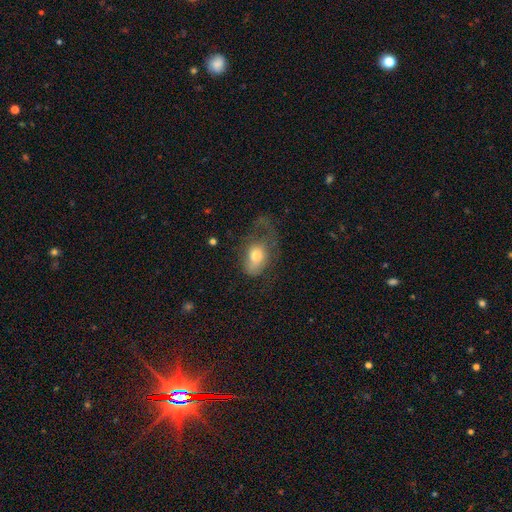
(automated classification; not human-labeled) smooth_or_featured: smooth (p=0.64) [alt: featured or disk p=0.27]
how_rounded: in between (p=0.80) [alt: round p=0.18]
merging: major disturbance (p=0.51) [alt: none p=0.25]